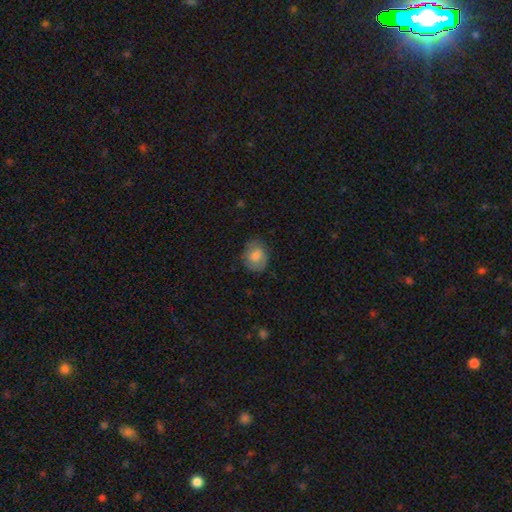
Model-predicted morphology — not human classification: A smooth galaxy with no disk features (69%) that is round (55%).

Vote fractions:
- Smooth or featured? smooth: 69% / featured or disk: 23% / star or artifact: 8%
- How rounded? round: 55% / in between: 44% / cigar-shaped: 1%
- Merging? none: 74% / minor disturbance: 19% / major disturbance: 6% / merger: 1%